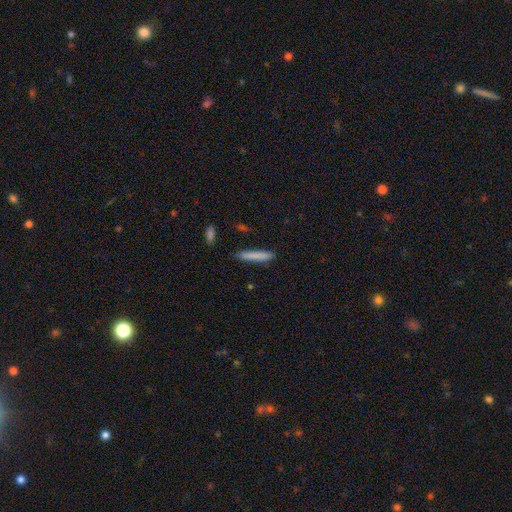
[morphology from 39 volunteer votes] Overall: smooth (82%). How rounded: cigar-shaped (94%). Merging: none (81%).